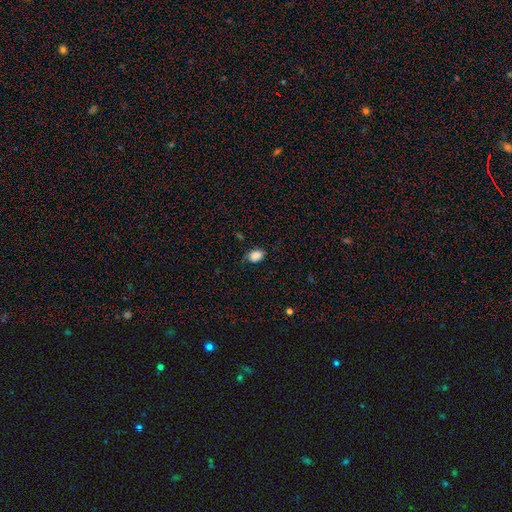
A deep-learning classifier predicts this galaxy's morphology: Smooth or featured? smooth (84%)
How rounded? in between (80%)
Merging? none (62%)